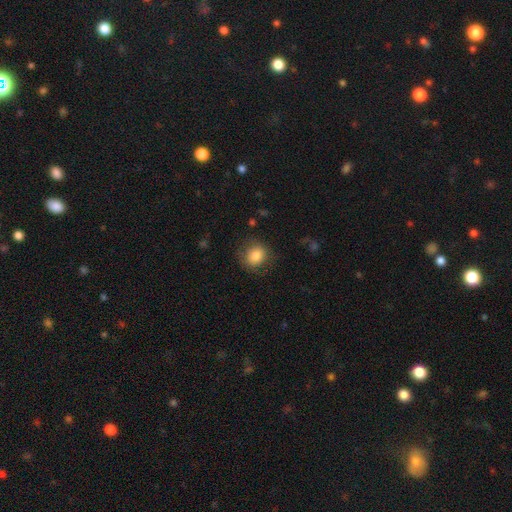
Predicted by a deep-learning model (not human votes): Smooth or featured? Predicted: smooth (p=0.83). How rounded? Predicted: round (p=0.75). Merging? Predicted: none (p=0.77).